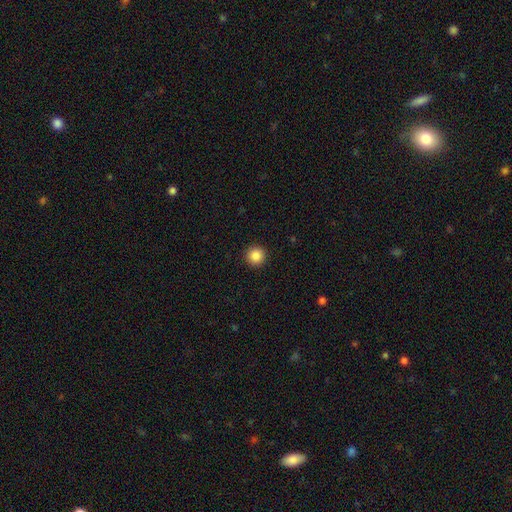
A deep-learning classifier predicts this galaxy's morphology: Smooth or featured? smooth (87%)
How rounded? round (96%)
Merging? none (93%)